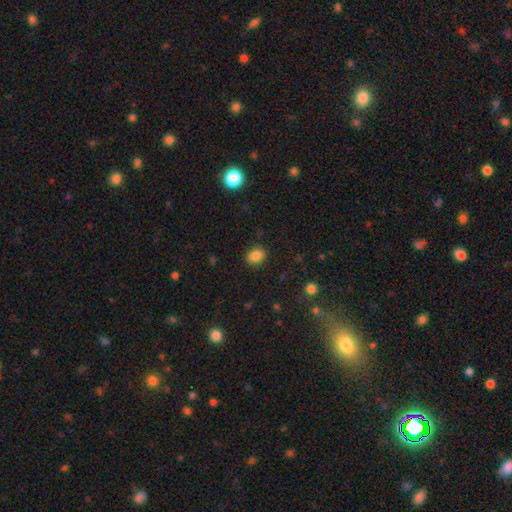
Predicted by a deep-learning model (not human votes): This appears to be a smooth galaxy with no disk features (84%) that is in between round and cigar-shaped (50%). Merging: none (86%).